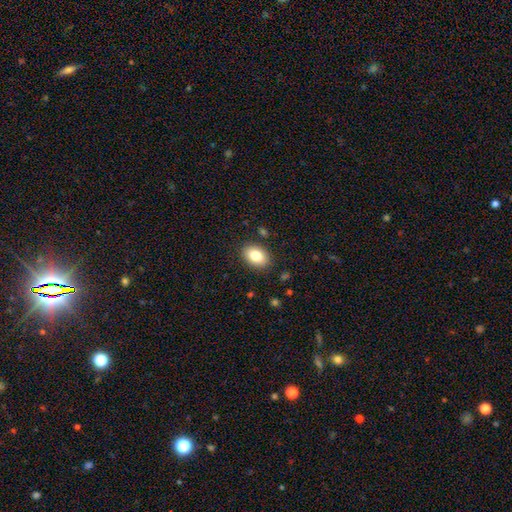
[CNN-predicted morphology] Smooth or featured?
  - smooth: 84% *
  - featured or disk: 9%
  - star or artifact: 8%
How rounded?
  - in between: 81% *
  - round: 18%
  - cigar-shaped: 1%
Merging?
  - none: 87% *
  - minor disturbance: 9%
  - major disturbance: 2%
  - merger: 1%